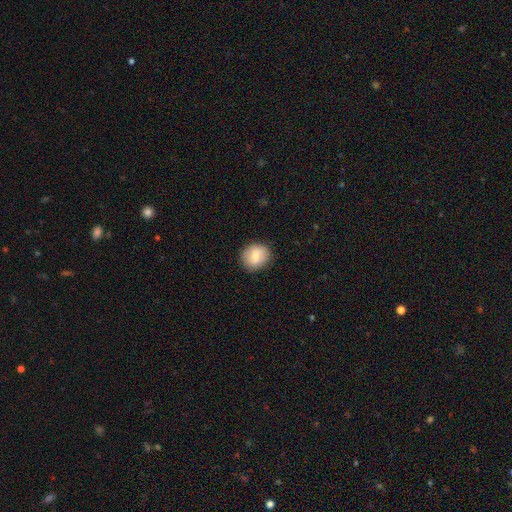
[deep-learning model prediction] This appears to be a smooth galaxy with no disk features (77%) that is round (73%). Merging: none (86%).